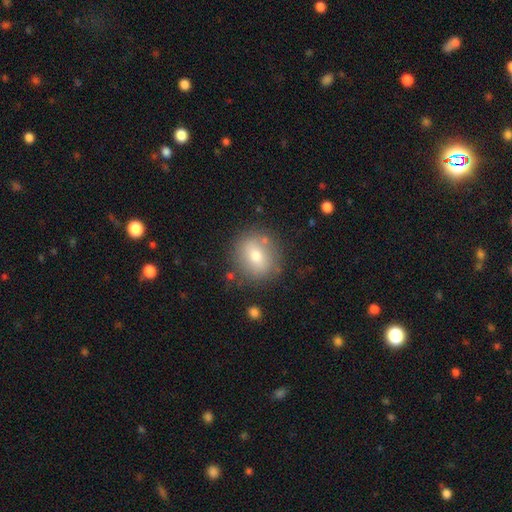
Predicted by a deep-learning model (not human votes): Morphology: type=smooth (70%); roundness=round (75%); merging=none (81%).